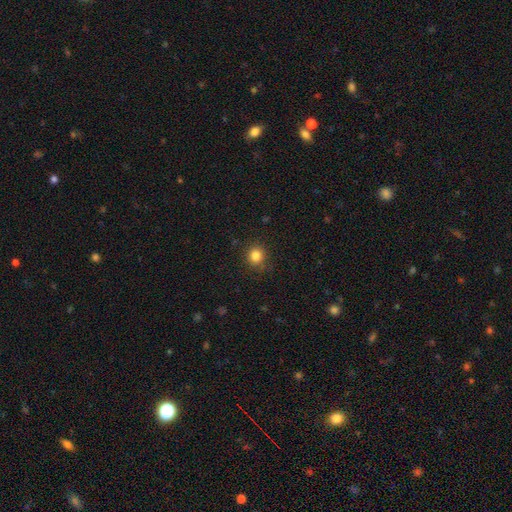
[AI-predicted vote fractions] smooth 83%, star or artifact 12%, featured or disk 5%. Down the decision tree: how rounded — round (89%); merging — none (87%).